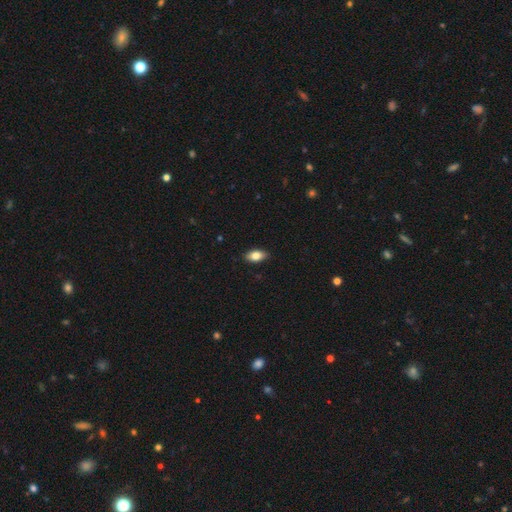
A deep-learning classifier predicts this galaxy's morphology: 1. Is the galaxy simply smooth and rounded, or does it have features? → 82% smooth, 11% featured or disk, 7% star or artifact.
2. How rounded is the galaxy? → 90% in between, 5% round, 5% cigar-shaped.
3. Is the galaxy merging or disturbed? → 88% none, 10% minor disturbance, 2% major disturbance, 1% merger.